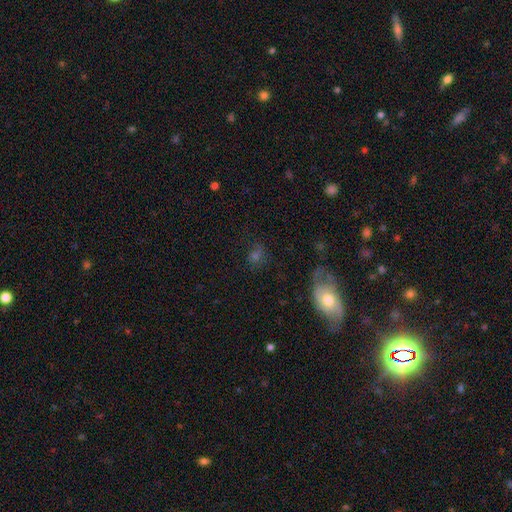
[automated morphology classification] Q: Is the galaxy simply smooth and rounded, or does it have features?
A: smooth — 51%.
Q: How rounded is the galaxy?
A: round — 49%.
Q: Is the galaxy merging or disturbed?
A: none — 64%.